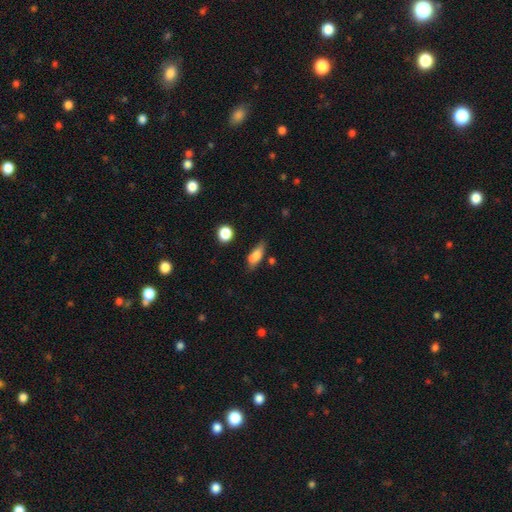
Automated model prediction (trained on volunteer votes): Smooth or featured? Predicted: smooth (p=0.76). How rounded? Predicted: in between (p=0.71). Merging? Predicted: none (p=0.65).